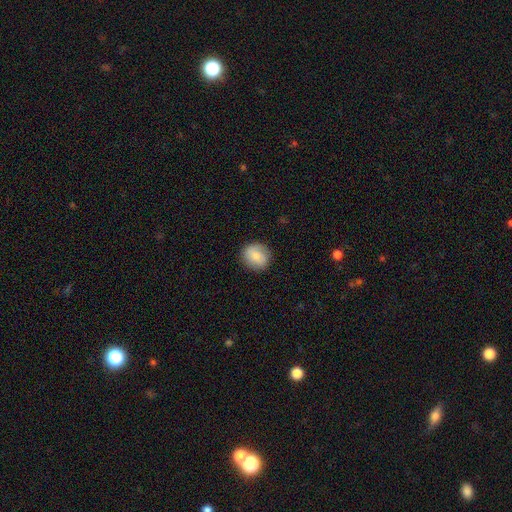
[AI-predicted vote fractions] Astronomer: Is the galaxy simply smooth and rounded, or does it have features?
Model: smooth — 79%.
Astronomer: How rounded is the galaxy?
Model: round — 83%.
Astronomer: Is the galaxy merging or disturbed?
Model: none — 86%.